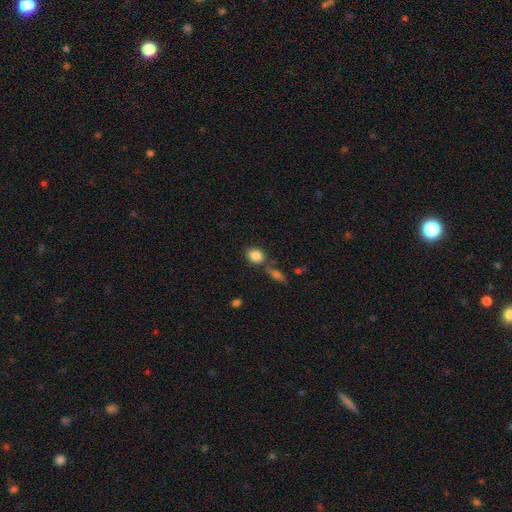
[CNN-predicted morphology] Smooth or featured: smooth — 86% (star or artifact — 8%)
How rounded: in between — 55% (round — 44%)
Merging: none — 66% (merger — 17%)